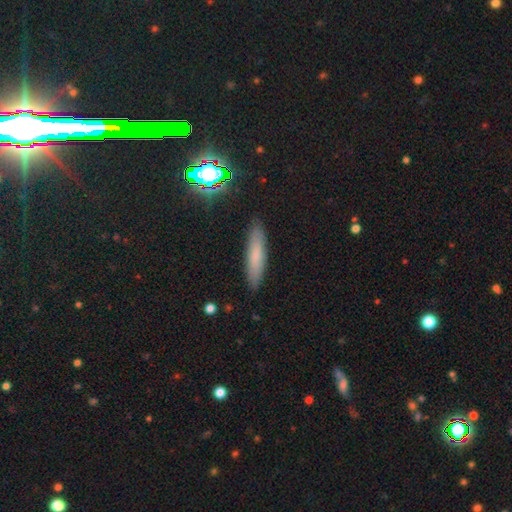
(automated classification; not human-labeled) Overall: smooth (71%). How rounded: cigar-shaped (83%). Merging: none (89%).